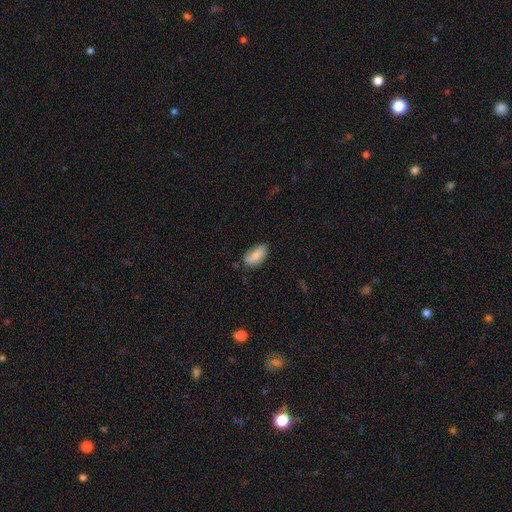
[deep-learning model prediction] Smooth or featured?
  - smooth: 78% *
  - featured or disk: 14%
  - star or artifact: 7%
How rounded?
  - in between: 91% *
  - cigar-shaped: 5%
  - round: 3%
Merging?
  - none: 61% *
  - minor disturbance: 29%
  - major disturbance: 7%
  - merger: 3%